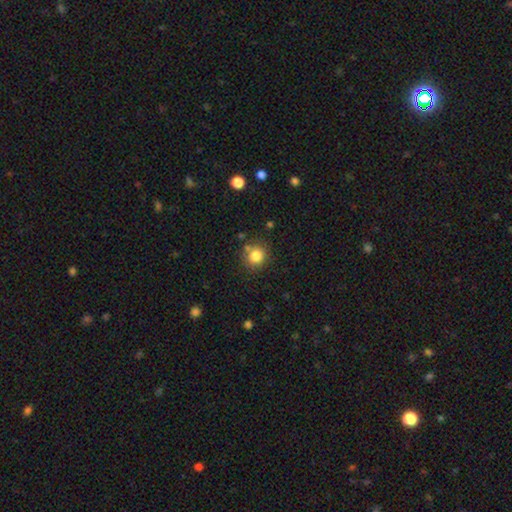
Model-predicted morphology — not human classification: Smooth or featured? Predicted: smooth (p=0.82). How rounded? Predicted: round (p=0.88). Merging? Predicted: none (p=0.79).